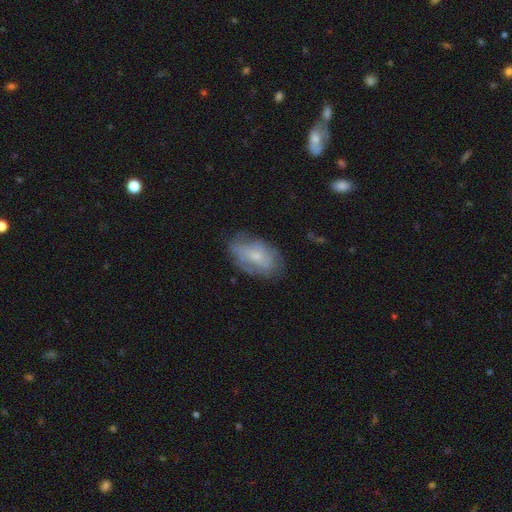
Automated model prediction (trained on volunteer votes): Overall: smooth (49%; featured or disk 43%). Merging: none (63%; minor disturbance 26%).